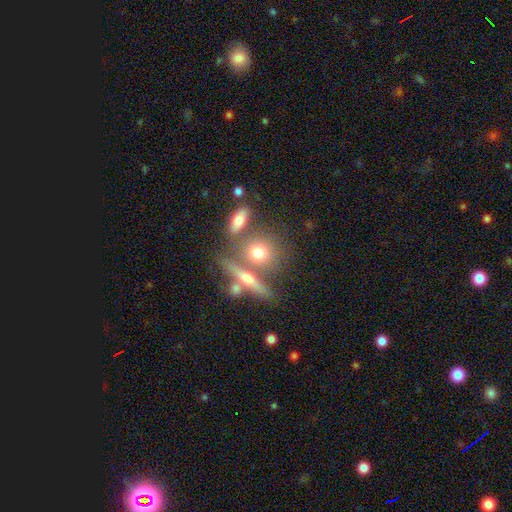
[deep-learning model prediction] Smooth or featured?
  - featured or disk: 46% *
  - smooth: 33%
  - star or artifact: 21%
Merging?
  - none: 48% *
  - merger: 37%
  - minor disturbance: 9%
  - major disturbance: 6%